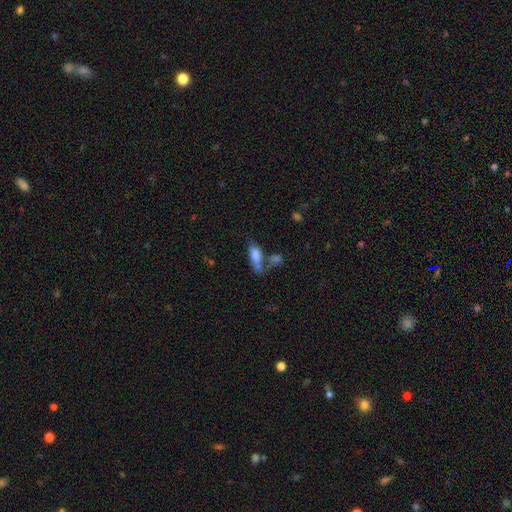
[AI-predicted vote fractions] smooth_or_featured: smooth (p=0.79) [alt: featured or disk p=0.13]
how_rounded: in between (p=0.72) [alt: cigar-shaped p=0.25]
merging: none (p=0.38) [alt: merger p=0.29]